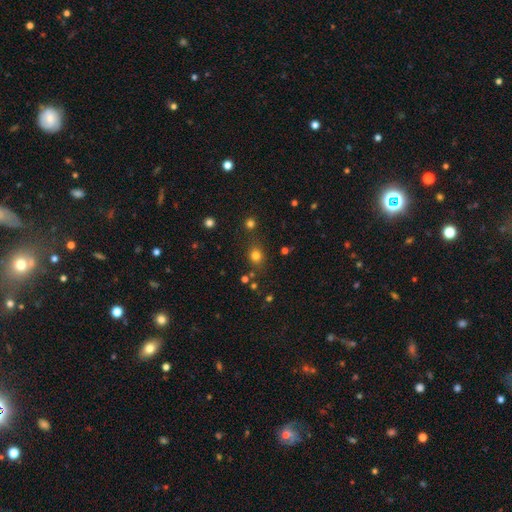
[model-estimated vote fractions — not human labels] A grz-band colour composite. It shows a smooth galaxy with no disk features (76%) that is round (68%). Merging: none (77%).